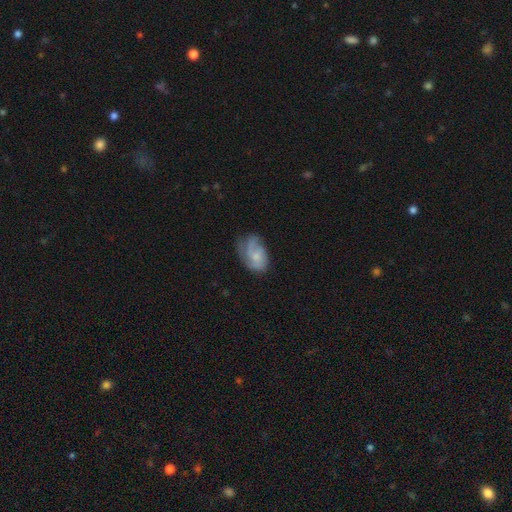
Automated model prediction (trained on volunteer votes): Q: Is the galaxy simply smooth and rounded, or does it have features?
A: featured or disk — 58%.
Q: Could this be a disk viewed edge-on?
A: no — 97%.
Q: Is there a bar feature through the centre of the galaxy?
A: no — 71%.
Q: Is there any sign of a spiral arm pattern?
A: yes — 84%.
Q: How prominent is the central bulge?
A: small — 51%.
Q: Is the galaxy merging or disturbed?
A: none — 52%.